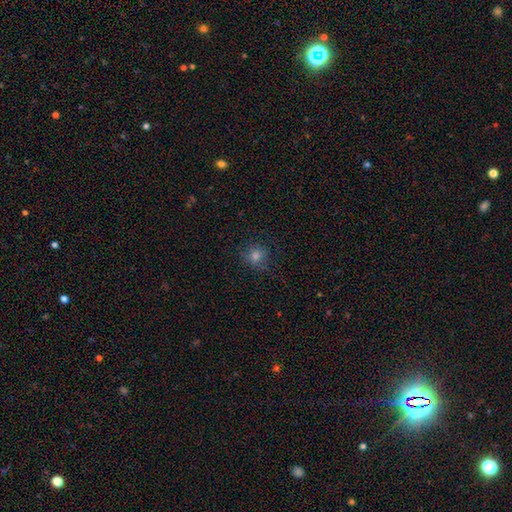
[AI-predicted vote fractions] This appears to be a smooth galaxy with no disk features (72%) that is round (88%). Merging: none (82%).